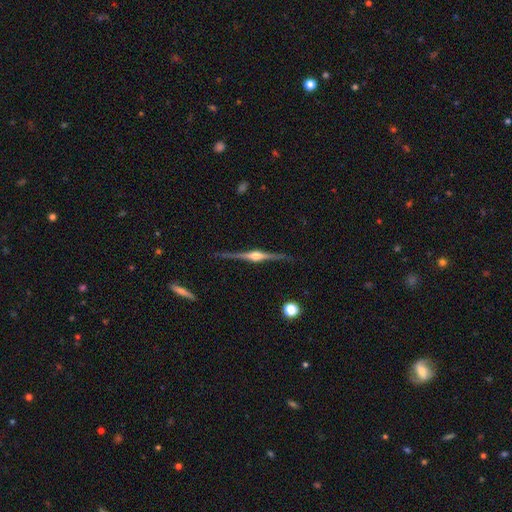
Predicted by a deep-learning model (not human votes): Smooth or featured: featured or disk — 89% (smooth — 6%)
Edge-on disk: yes — 99% (no — 1%)
Edge-on bulge: rounded — 94% (boxy — 4%)
Merging: none — 89% (minor disturbance — 8%)